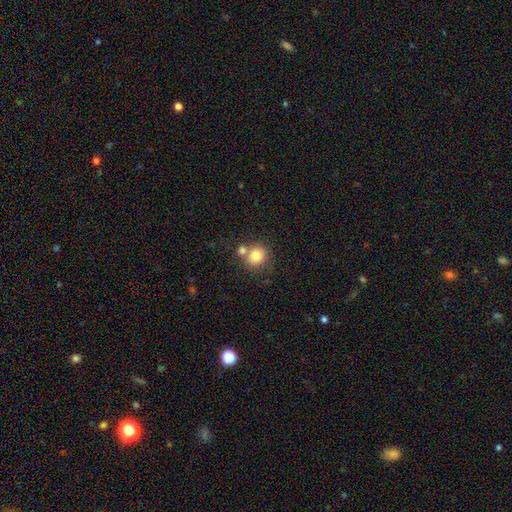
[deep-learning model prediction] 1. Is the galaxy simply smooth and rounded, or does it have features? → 80% smooth, 11% star or artifact, 9% featured or disk.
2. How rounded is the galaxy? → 86% round, 13% in between, 1% cigar-shaped.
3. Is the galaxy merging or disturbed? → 57% none, 31% merger, 9% minor disturbance, 3% major disturbance.